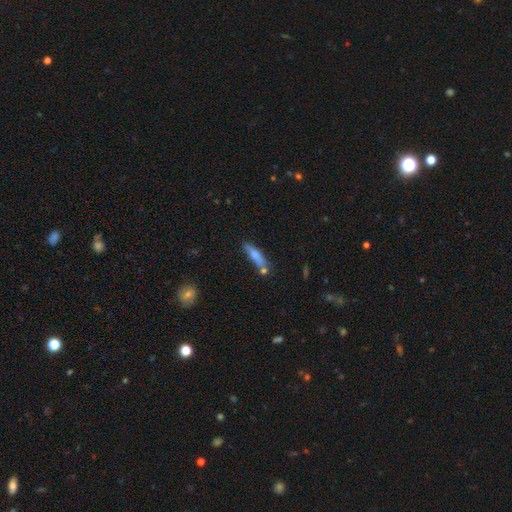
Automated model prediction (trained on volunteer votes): Morphology: type=smooth (72%); roundness=cigar-shaped (76%); merging=none (61%).